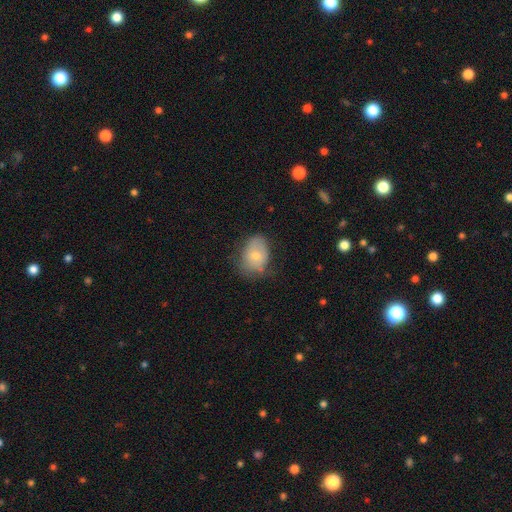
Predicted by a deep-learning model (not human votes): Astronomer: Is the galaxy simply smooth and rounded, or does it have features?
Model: smooth — 65%.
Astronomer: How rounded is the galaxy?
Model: in between — 68%.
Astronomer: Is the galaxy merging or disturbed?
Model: none — 53% (runner-up: minor disturbance, 34%).